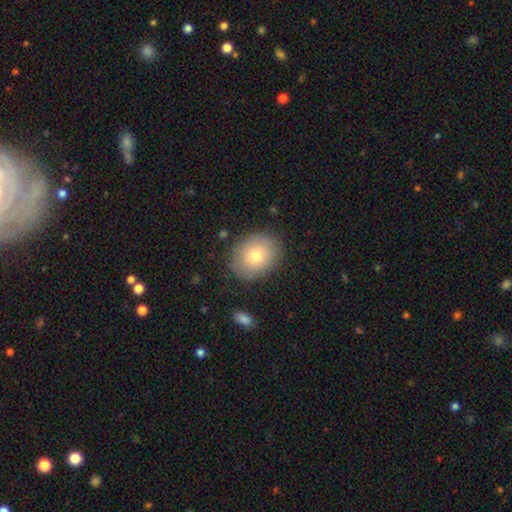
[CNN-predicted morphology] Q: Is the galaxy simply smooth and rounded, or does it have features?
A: smooth — 77%.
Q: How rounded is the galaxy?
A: round — 51%.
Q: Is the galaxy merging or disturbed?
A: none — 84%.